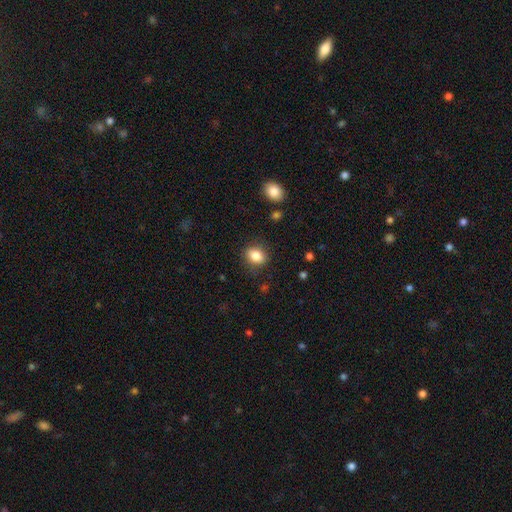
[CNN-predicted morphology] Q: Smooth or featured?
A: smooth (85%); runner-up: star or artifact (9%)
Q: How rounded?
A: in between (62%); runner-up: round (37%)
Q: Merging?
A: none (83%); runner-up: minor disturbance (12%)